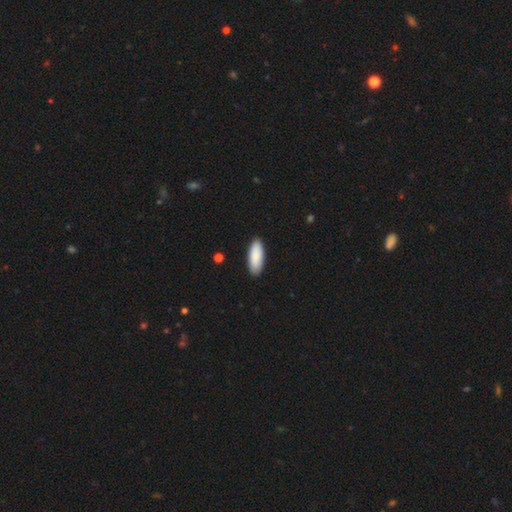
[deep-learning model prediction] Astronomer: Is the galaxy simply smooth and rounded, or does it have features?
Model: smooth — 90%.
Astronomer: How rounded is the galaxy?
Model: in between — 75%.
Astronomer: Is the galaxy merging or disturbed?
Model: none — 90%.